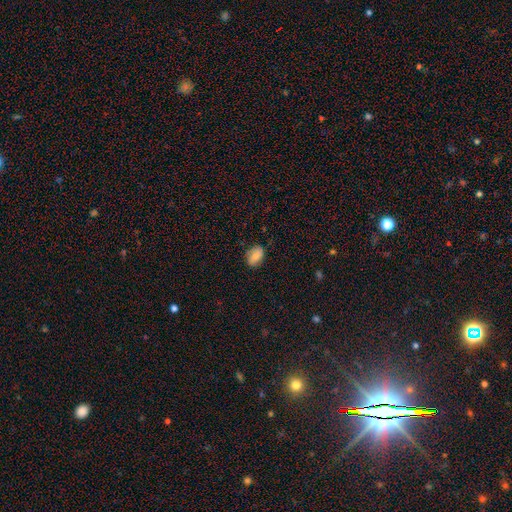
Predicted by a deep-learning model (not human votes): A smooth galaxy with no disk features (77%) that is in between round and cigar-shaped (84%). Merging: none (77%).